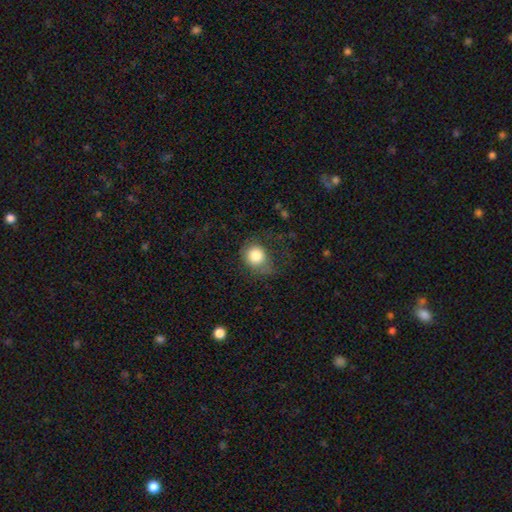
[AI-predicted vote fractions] Q: Smooth or featured?
A: smooth (81%); runner-up: star or artifact (9%)
Q: How rounded?
A: round (75%); runner-up: in between (24%)
Q: Merging?
A: none (50%); runner-up: minor disturbance (26%)